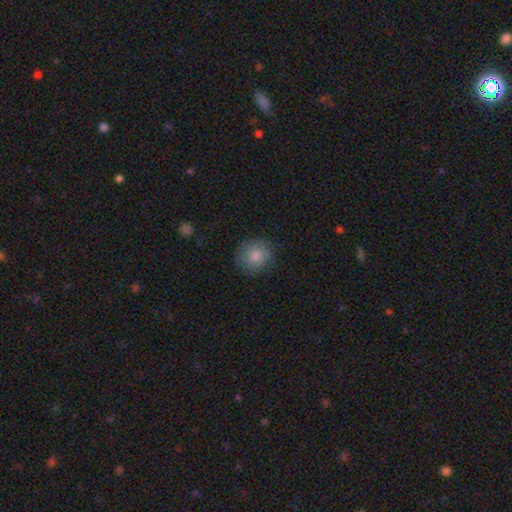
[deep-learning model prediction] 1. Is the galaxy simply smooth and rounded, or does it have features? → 85% smooth, 8% star or artifact, 7% featured or disk.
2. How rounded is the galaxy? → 87% round, 12% in between, 1% cigar-shaped.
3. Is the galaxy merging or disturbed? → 82% none, 14% minor disturbance, 4% major disturbance, 1% merger.